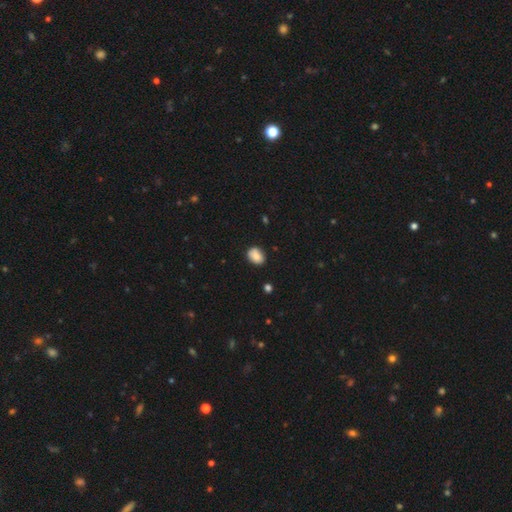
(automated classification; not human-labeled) Overall: smooth (83%). How rounded: in between (61%; round 38%). Merging: none (81%).